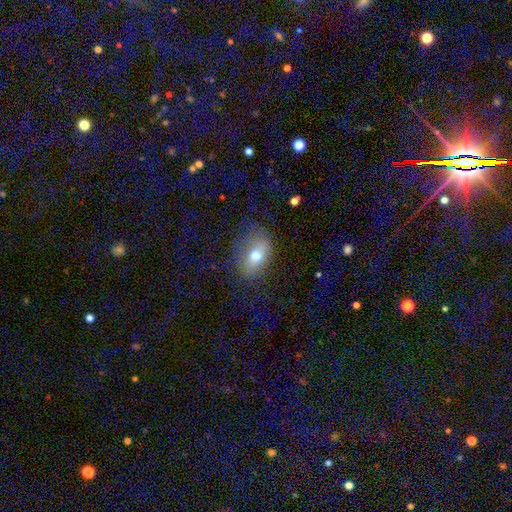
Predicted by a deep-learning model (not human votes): This is likely a smooth galaxy (66%). How rounded: likely in between (79%). Merging: possibly none (57%).